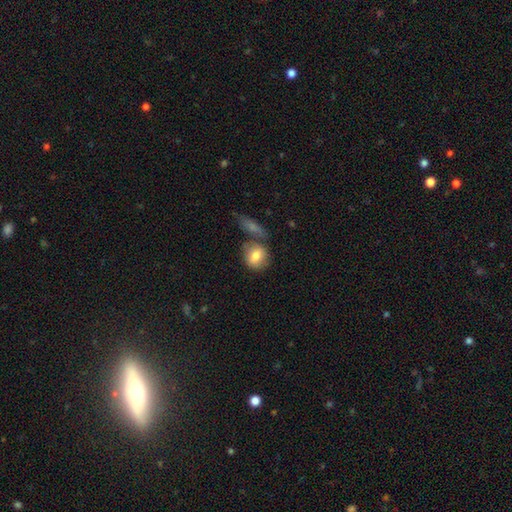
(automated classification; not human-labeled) A smooth galaxy with no disk features (78%) that is round (72%). Merging: none (60%).